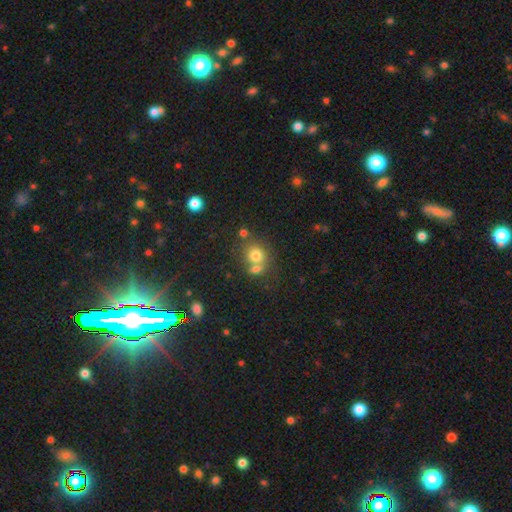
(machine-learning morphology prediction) Smooth or featured? smooth (74%)
How rounded? round (78%)
Merging? none (45%)